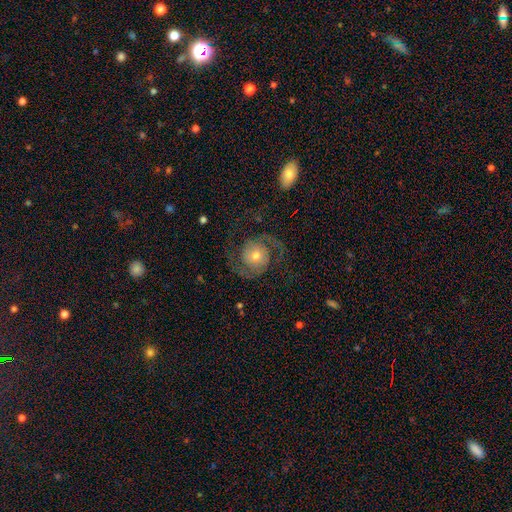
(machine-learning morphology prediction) Q: Smooth or featured?
A: featured or disk (85%); runner-up: smooth (9%)
Q: Edge-on disk?
A: no (98%); runner-up: yes (2%)
Q: Bar?
A: no (74%); runner-up: weak (20%)
Q: Spiral arms?
A: yes (97%); runner-up: no (3%)
Q: Spiral winding?
A: medium (55%); runner-up: loose (25%)
Q: Spiral arm count?
A: 2 (93%); runner-up: can't tell (2%)
Q: Bulge size?
A: moderate (51%); runner-up: small (39%)
Q: Merging?
A: none (79%); runner-up: minor disturbance (11%)